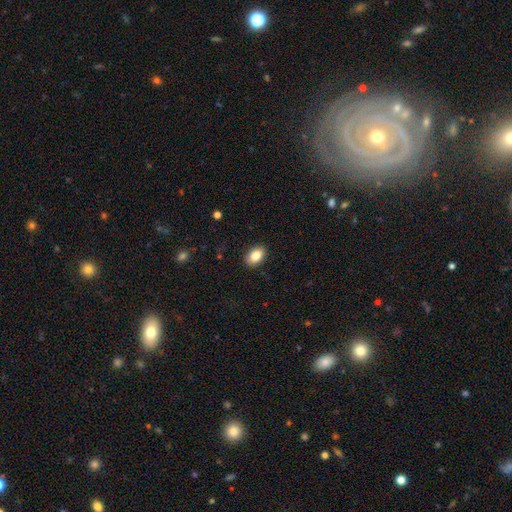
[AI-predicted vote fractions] smooth_or_featured: smooth (p=0.85) [alt: star or artifact p=0.08]
how_rounded: in between (p=0.88) [alt: round p=0.11]
merging: none (p=0.89) [alt: minor disturbance p=0.08]